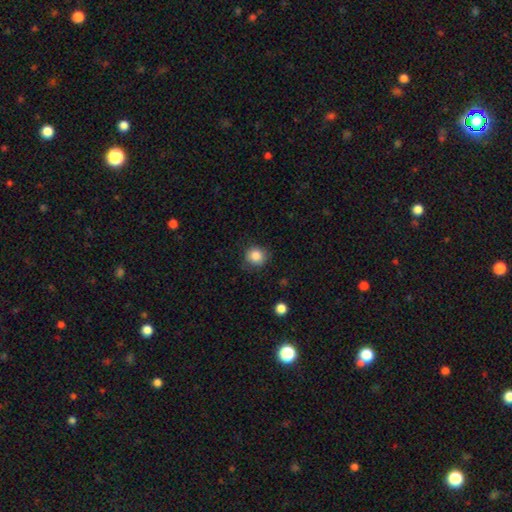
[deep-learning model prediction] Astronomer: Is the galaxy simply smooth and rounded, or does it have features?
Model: smooth — 85%.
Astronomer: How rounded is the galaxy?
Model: round — 87%.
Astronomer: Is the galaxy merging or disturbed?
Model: none — 83%.